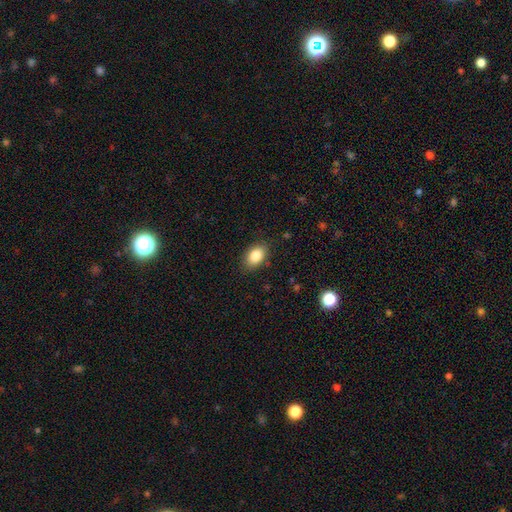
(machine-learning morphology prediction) A smooth galaxy with no disk features (85%) that is in between round and cigar-shaped (87%).

Vote fractions:
- Smooth or featured? smooth: 85% / star or artifact: 8% / featured or disk: 7%
- How rounded? in between: 87% / round: 12% / cigar-shaped: 1%
- Merging? none: 85% / minor disturbance: 11% / major disturbance: 3% / merger: 1%